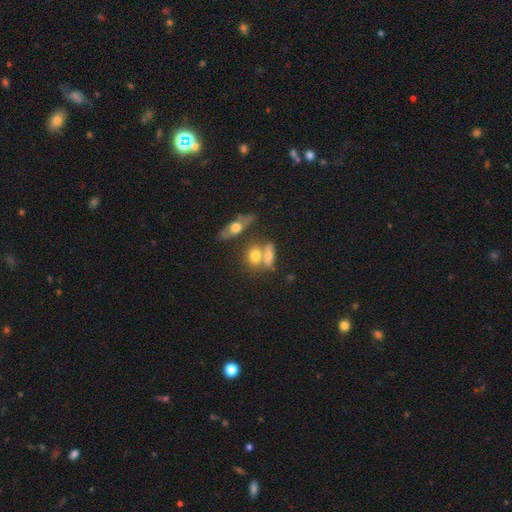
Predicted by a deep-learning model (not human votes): Smooth or featured: smooth — 68% (featured or disk — 22%)
How rounded: in between — 63% (round — 27%)
Merging: none — 43% (merger — 41%)